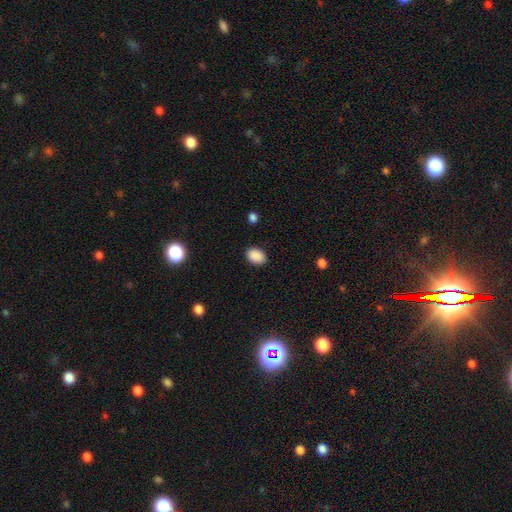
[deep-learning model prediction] Smooth or featured?
  - smooth: 90% *
  - star or artifact: 8%
  - featured or disk: 2%
How rounded?
  - in between: 78% *
  - round: 21%
  - cigar-shaped: 1%
Merging?
  - none: 88% *
  - minor disturbance: 8%
  - major disturbance: 2%
  - merger: 1%